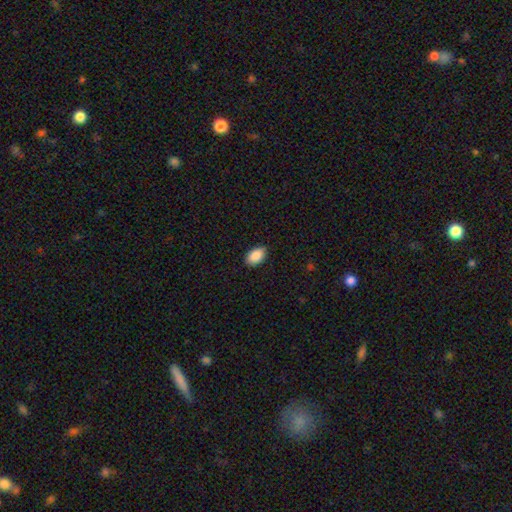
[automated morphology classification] smooth-or-featured: smooth: 90% | star or artifact: 7% | featured or disk: 3%
  how-rounded: in between: 92% | round: 7% | cigar-shaped: 1%
  merging: none: 87% | minor disturbance: 10% | major disturbance: 2% | merger: 1%